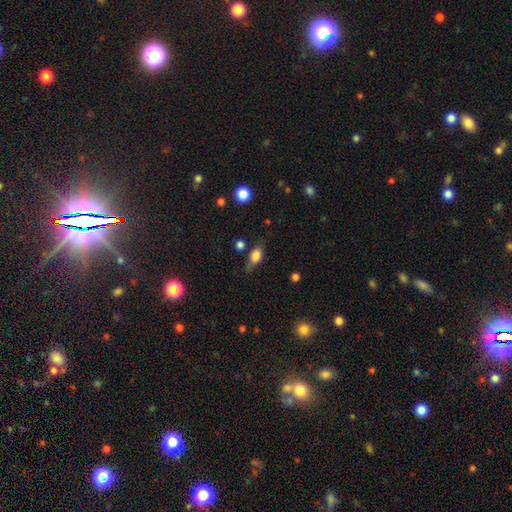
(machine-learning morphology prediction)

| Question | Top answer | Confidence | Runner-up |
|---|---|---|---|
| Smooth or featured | smooth | 73% | featured or disk (17%) |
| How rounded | in between | 75% | round (14%) |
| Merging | none | 61% | minor disturbance (26%) |